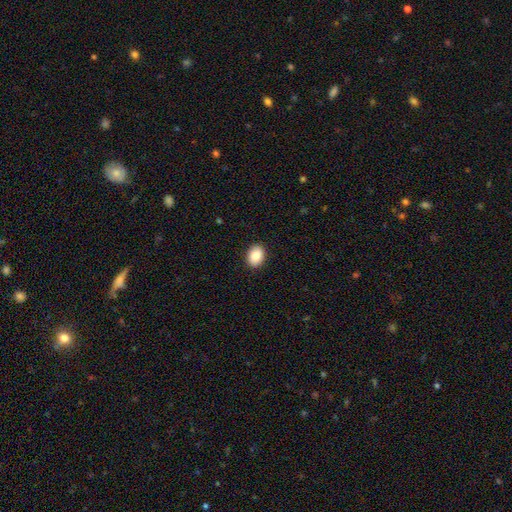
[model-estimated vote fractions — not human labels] Morphology: type=smooth (89%); roundness=in between (75%); merging=none (90%).